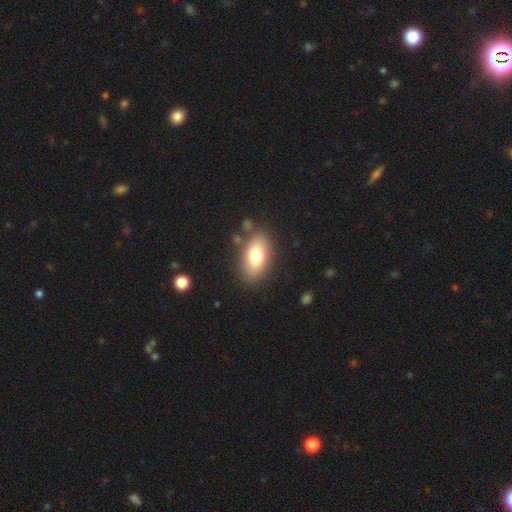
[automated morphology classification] This is likely a smooth galaxy (77%). How rounded: clearly in between (89%). Merging: clearly none (81%).